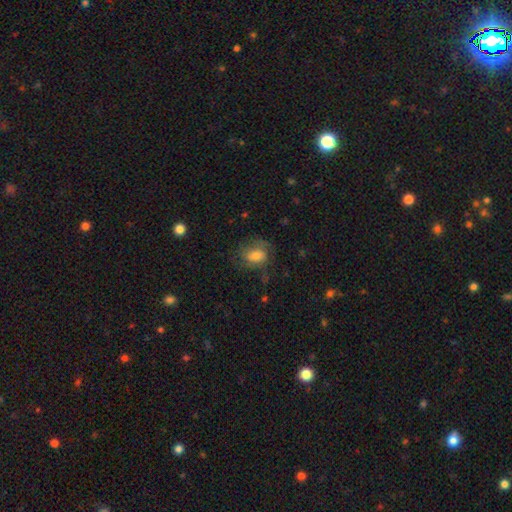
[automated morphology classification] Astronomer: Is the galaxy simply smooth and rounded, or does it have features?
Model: smooth — 58% (runner-up: featured or disk, 33%).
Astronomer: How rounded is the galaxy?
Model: in between — 68%.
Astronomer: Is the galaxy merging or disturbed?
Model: none — 54%.